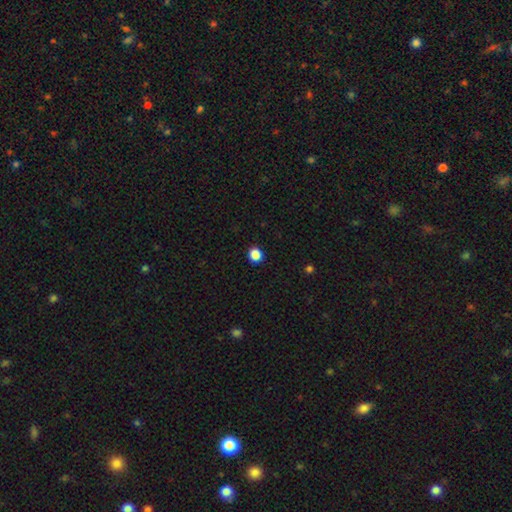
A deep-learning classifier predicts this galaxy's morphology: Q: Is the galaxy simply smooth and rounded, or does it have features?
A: smooth — 85%.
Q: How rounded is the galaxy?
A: round — 85%.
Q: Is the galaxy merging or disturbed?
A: none — 91%.